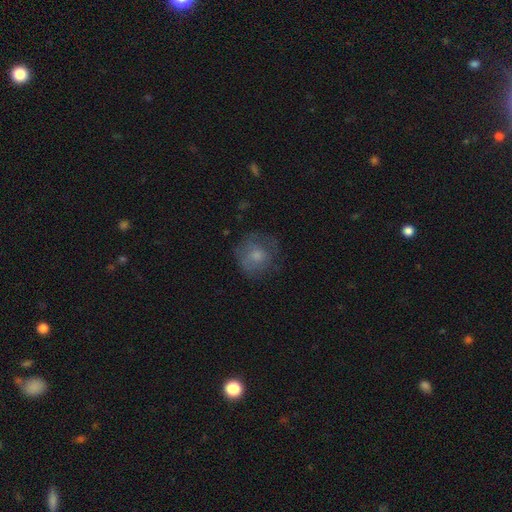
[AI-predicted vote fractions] smooth_or_featured: smooth (p=0.63) [alt: featured or disk p=0.27]
how_rounded: round (p=0.83) [alt: in between p=0.16]
merging: none (p=0.62) [alt: minor disturbance p=0.21]